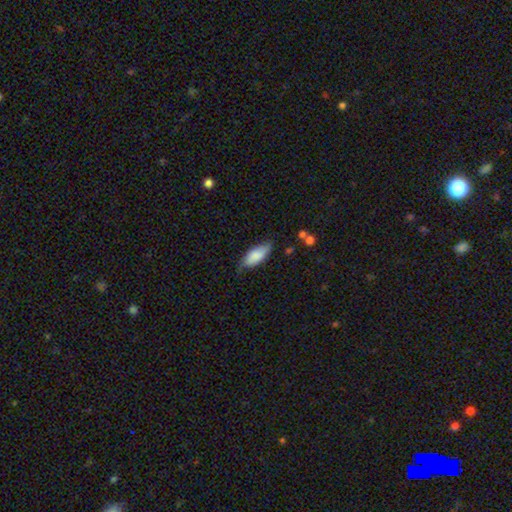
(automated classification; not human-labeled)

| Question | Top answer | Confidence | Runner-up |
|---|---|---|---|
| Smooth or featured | smooth | 79% | featured or disk (15%) |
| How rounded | in between | 81% | cigar-shaped (17%) |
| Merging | none | 61% | minor disturbance (31%) |